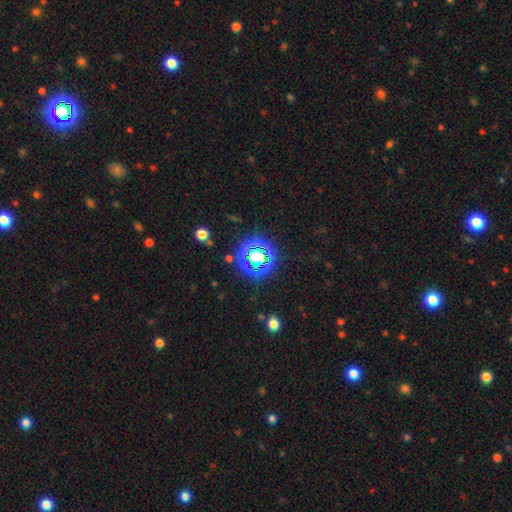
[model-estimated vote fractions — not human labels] This is likely a star or artifact rather than a galaxy (64%).